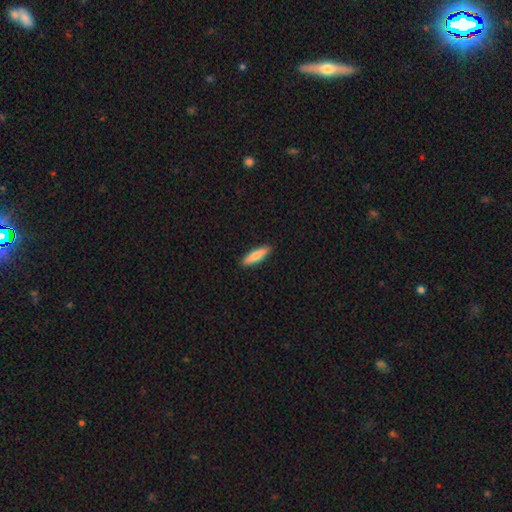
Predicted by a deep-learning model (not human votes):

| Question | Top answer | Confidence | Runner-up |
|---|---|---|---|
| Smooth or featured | smooth | 79% | featured or disk (16%) |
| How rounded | cigar-shaped | 71% | in between (27%) |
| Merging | none | 90% | minor disturbance (7%) |